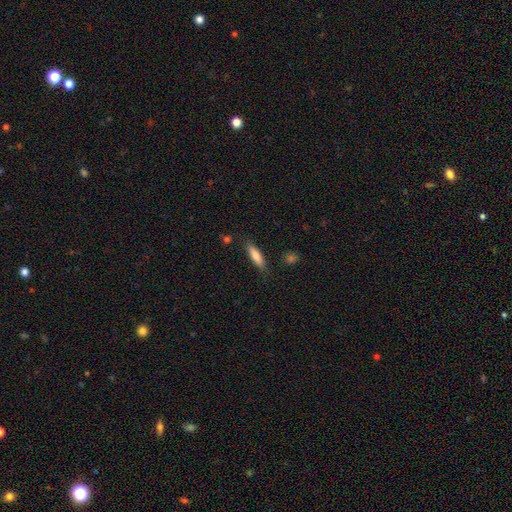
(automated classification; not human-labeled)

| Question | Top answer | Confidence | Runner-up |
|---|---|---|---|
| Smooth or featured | smooth | 76% | featured or disk (18%) |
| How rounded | cigar-shaped | 69% | in between (29%) |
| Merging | none | 85% | minor disturbance (11%) |